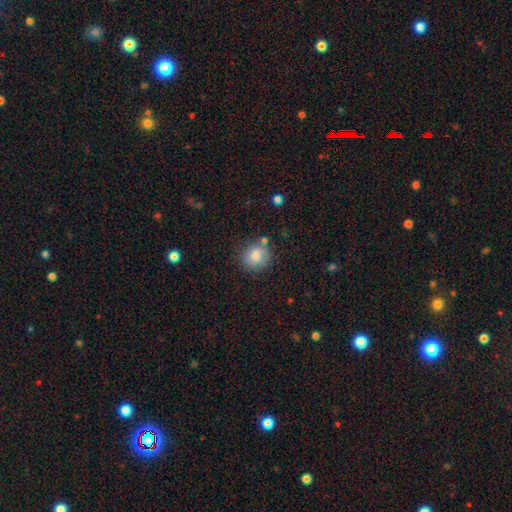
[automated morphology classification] type=smooth (81%); roundness=round (82%); merging=none (77%).